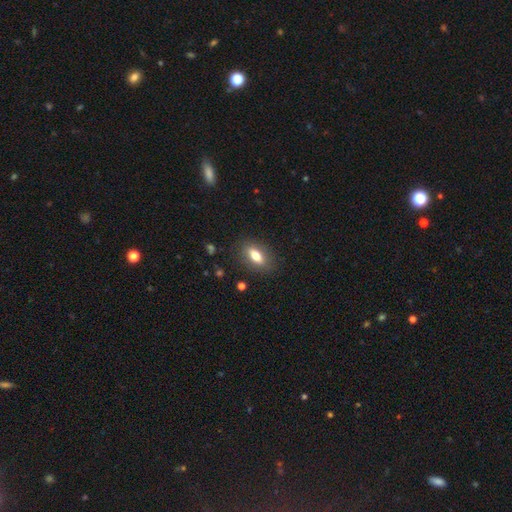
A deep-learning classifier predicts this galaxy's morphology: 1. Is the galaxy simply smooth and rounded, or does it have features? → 76% smooth, 16% featured or disk, 8% star or artifact.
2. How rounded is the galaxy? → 82% in between, 12% cigar-shaped, 6% round.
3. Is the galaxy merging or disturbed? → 85% none, 10% minor disturbance, 3% major disturbance, 1% merger.